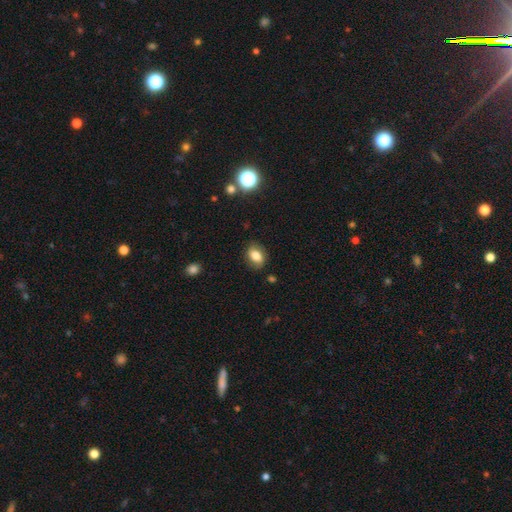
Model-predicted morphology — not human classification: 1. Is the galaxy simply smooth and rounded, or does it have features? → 75% smooth, 15% featured or disk, 10% star or artifact.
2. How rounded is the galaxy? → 74% in between, 24% round, 2% cigar-shaped.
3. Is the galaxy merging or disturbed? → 81% none, 14% minor disturbance, 4% major disturbance, 1% merger.